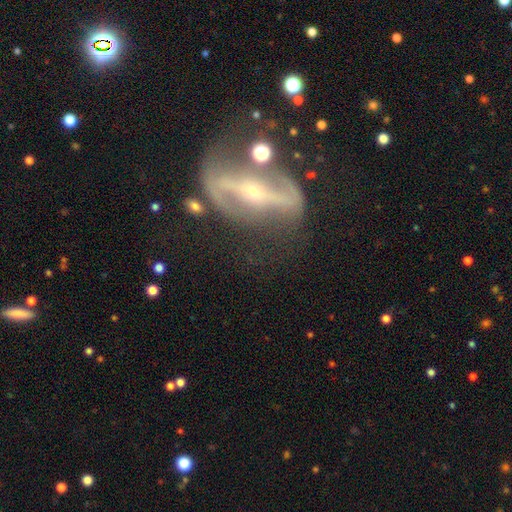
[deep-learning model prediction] smooth_or_featured: featured or disk (p=0.83) [alt: smooth p=0.09]
disk_edge_on: no (p=0.78) [alt: yes p=0.22]
bar: strong (p=0.72) [alt: weak p=0.14]
has_spiral_arms: yes (p=0.72) [alt: no p=0.28]
bulge_size: small (p=0.72) [alt: moderate p=0.24]
merging: none (p=0.54) [alt: minor disturbance p=0.20]